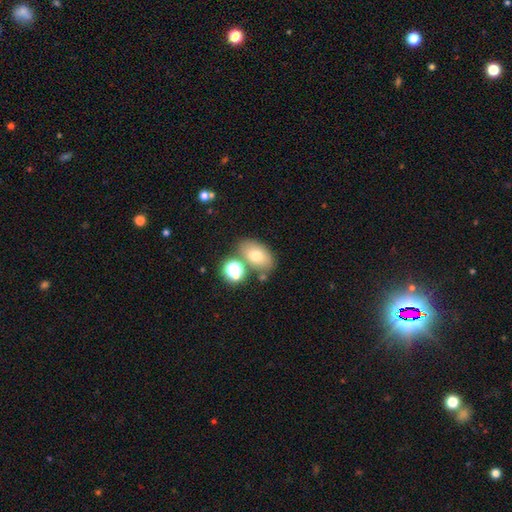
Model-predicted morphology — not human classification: This is likely a smooth galaxy (69%). How rounded: clearly in between (84%). Merging: likely none (67%).